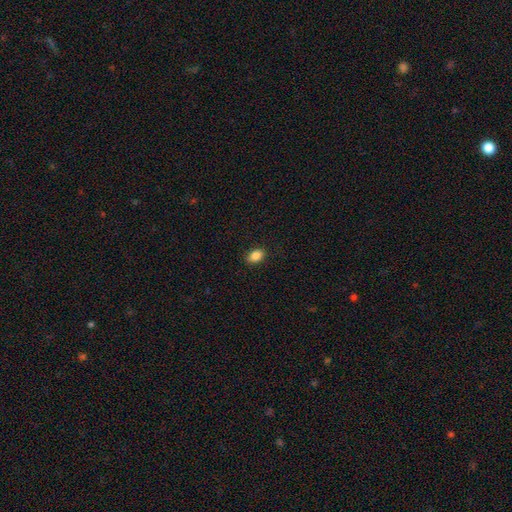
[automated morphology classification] smooth_or_featured: smooth (p=0.87) [alt: star or artifact p=0.09]
how_rounded: in between (p=0.82) [alt: round p=0.17]
merging: none (p=0.89) [alt: minor disturbance p=0.08]